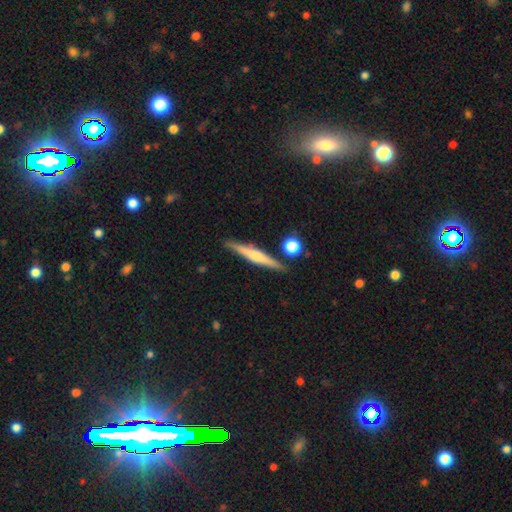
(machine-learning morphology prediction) This appears to be a featured or disk galaxy (59%) viewed edge-on (97%) with a rounded central bulge (66%). Merging: none (86%).